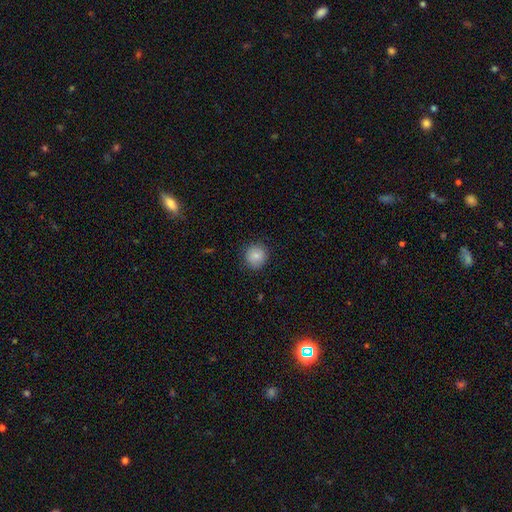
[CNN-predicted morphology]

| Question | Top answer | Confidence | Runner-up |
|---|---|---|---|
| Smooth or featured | smooth | 84% | star or artifact (9%) |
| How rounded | round | 90% | in between (9%) |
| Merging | none | 87% | minor disturbance (9%) |